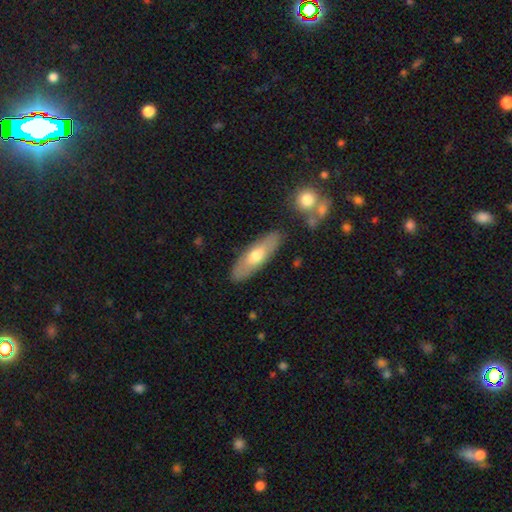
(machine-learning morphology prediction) Smooth or featured?
  - smooth: 59% *
  - featured or disk: 36%
  - star or artifact: 5%
How rounded?
  - in between: 50% *
  - cigar-shaped: 48%
  - round: 2%
Merging?
  - none: 85% *
  - minor disturbance: 11%
  - major disturbance: 2%
  - merger: 2%